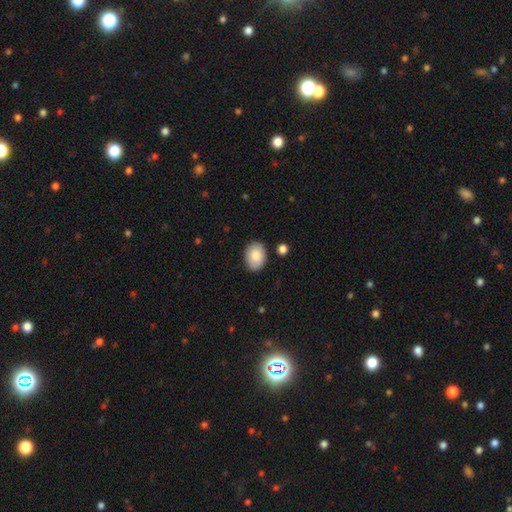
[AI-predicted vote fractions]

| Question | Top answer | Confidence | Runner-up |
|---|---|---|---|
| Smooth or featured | smooth | 85% | featured or disk (8%) |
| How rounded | in between | 75% | round (24%) |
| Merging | none | 85% | minor disturbance (11%) |